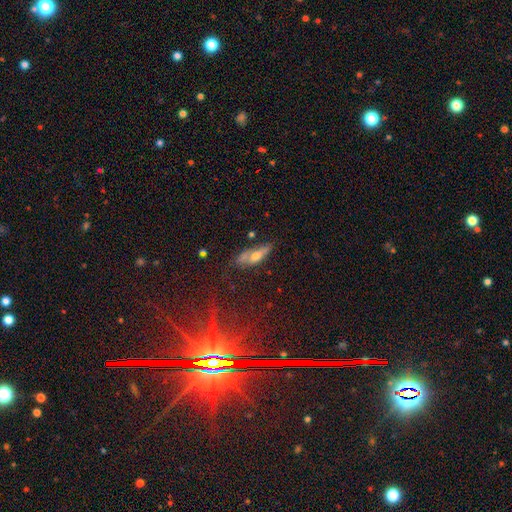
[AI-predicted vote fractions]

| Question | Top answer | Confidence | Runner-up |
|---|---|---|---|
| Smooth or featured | smooth | 47% | featured or disk (44%) |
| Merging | none | 59% | minor disturbance (25%) |